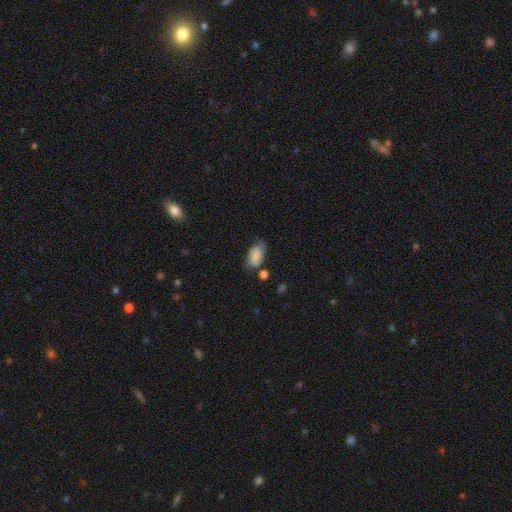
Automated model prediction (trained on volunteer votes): Q: Smooth or featured?
A: smooth (85%); runner-up: star or artifact (8%)
Q: How rounded?
A: in between (93%); runner-up: round (4%)
Q: Merging?
A: none (65%); runner-up: minor disturbance (24%)